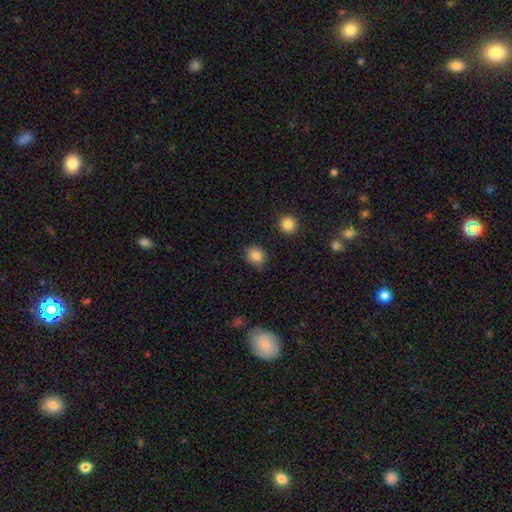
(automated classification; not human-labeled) smooth 85%, star or artifact 10%, featured or disk 5%. Down the decision tree: how rounded — round (68%); merging — none (79%).